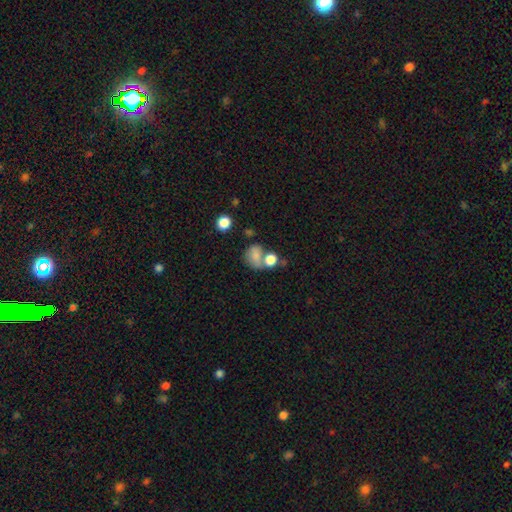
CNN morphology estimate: The model was most divided on "how rounded": in between: 50%, round: 49%, cigar-shaped: 1%. Remaining: smooth or featured — smooth (75%); merging — merger (42%).